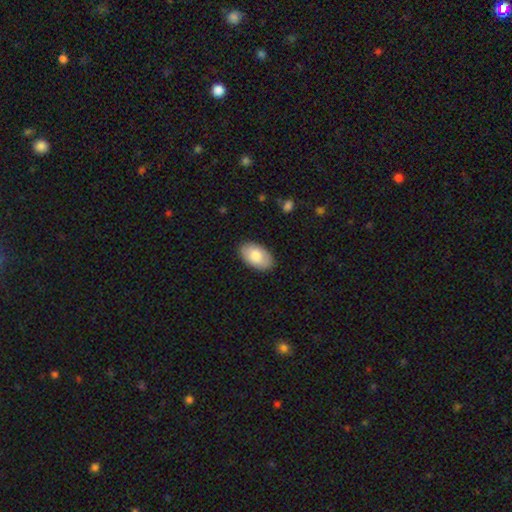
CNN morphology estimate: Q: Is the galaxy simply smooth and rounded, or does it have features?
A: smooth — 79%.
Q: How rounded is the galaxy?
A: in between — 94%.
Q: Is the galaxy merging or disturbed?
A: none — 87%.